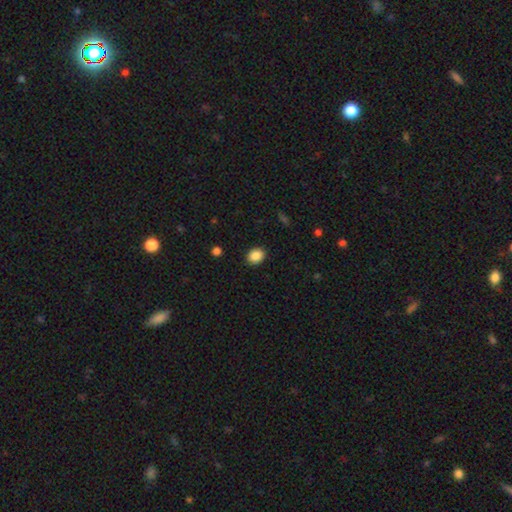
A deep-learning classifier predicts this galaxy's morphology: The model was most divided on "how rounded": round: 55%, in between: 44%, cigar-shaped: 1%. More confident: merging — none (90%); smooth or featured — smooth (87%).